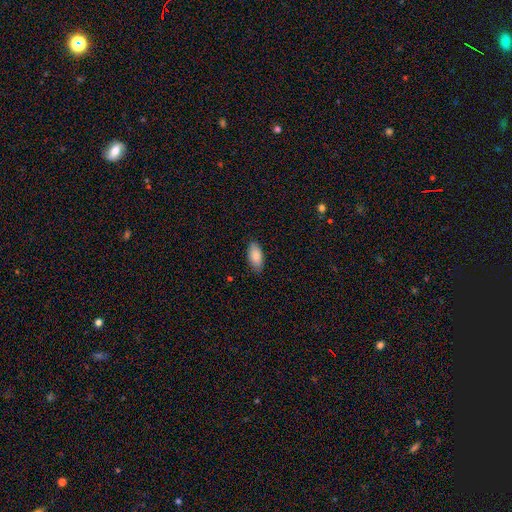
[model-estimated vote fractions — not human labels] Smooth or featured? Predicted: smooth (p=0.88). How rounded? Predicted: in between (p=0.91). Merging? Predicted: none (p=0.86).